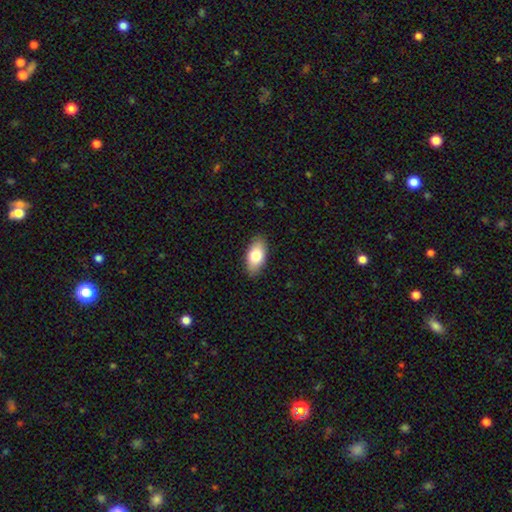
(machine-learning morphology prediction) Smooth or featured? smooth (79%)
How rounded? in between (92%)
Merging? none (88%)